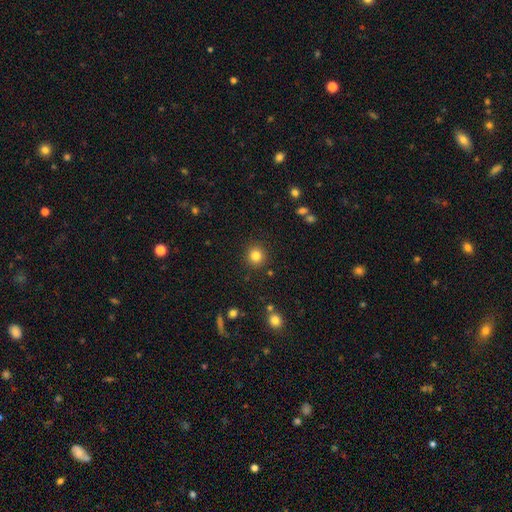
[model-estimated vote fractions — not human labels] A smooth galaxy with no disk features (83%) that is round (93%).

Vote fractions:
- Smooth or featured? smooth: 83% / star or artifact: 12% / featured or disk: 5%
- How rounded? round: 93% / in between: 6% / cigar-shaped: 1%
- Merging? none: 90% / minor disturbance: 6% / major disturbance: 2% / merger: 2%